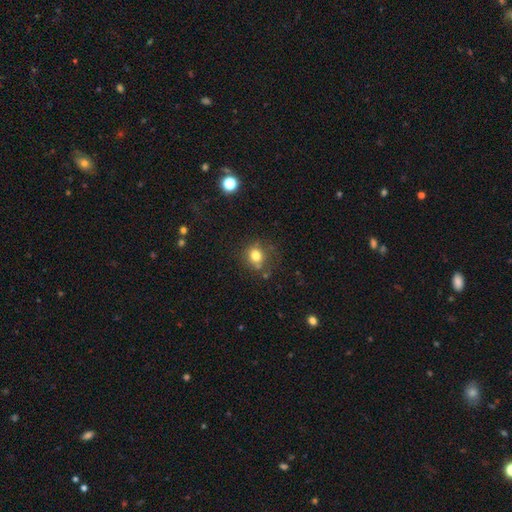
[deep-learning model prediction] Smooth or featured? smooth (78%)
How rounded? round (75%)
Merging? none (70%)